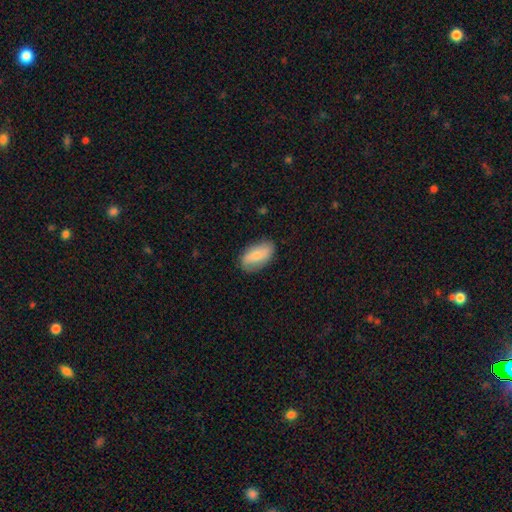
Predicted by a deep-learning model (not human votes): Q: Smooth or featured?
A: smooth (70%); runner-up: featured or disk (23%)
Q: How rounded?
A: in between (93%); runner-up: round (4%)
Q: Merging?
A: none (80%); runner-up: minor disturbance (16%)